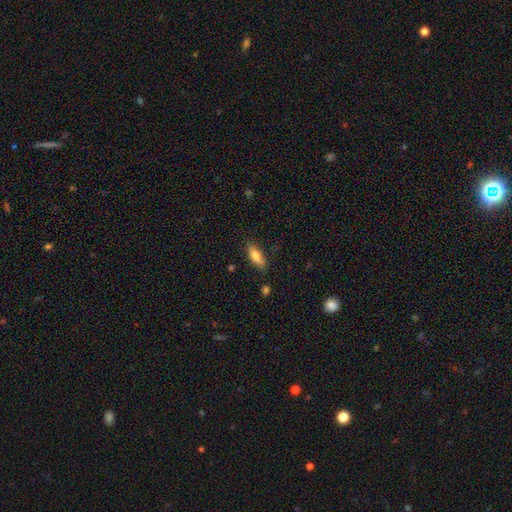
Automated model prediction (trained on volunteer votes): Smooth or featured? Predicted: smooth (p=0.72). How rounded? Predicted: in between (p=0.61). Merging? Predicted: none (p=0.80).